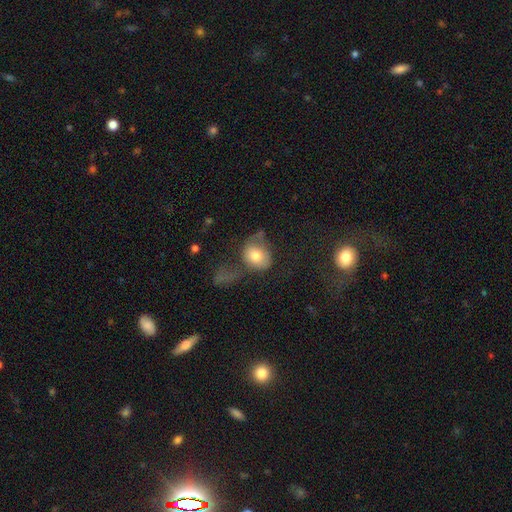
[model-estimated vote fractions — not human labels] Overall: smooth (73%). How rounded: round (52%; in between 47%). Merging: major disturbance (41%; none 25%).